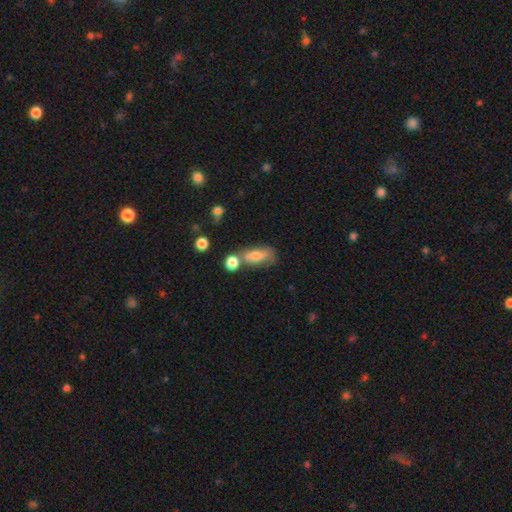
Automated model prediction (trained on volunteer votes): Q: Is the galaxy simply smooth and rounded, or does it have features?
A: smooth — 66%.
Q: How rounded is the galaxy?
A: in between — 75%.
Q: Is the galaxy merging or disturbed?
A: none — 44%.